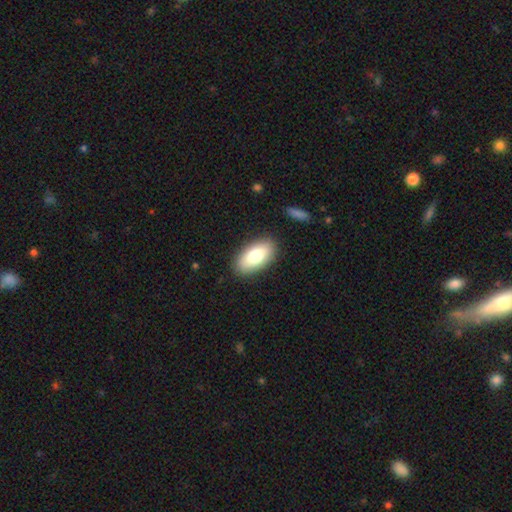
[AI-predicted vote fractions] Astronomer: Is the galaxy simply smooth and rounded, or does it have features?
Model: smooth — 79%.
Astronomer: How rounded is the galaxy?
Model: in between — 93%.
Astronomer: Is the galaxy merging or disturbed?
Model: none — 87%.